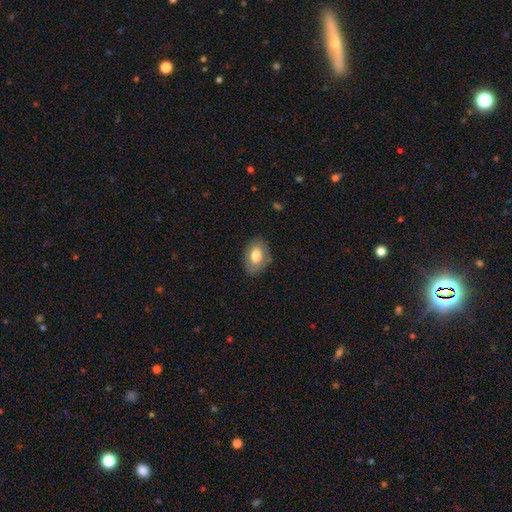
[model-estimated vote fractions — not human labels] Morphology: type=smooth (70%); roundness=in between (82%); merging=none (77%).